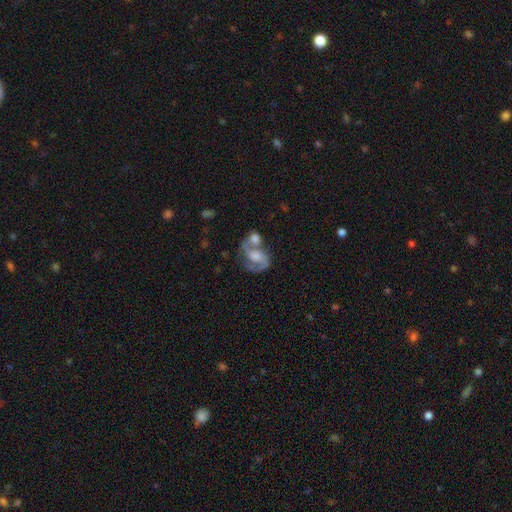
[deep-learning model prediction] smooth_or_featured: featured or disk (p=0.79) [alt: smooth p=0.14]
disk_edge_on: no (p=0.97) [alt: yes p=0.03]
bar: no (p=0.52) [alt: weak p=0.37]
has_spiral_arms: yes (p=0.91) [alt: no p=0.09]
spiral_winding: medium (p=0.53) [alt: loose p=0.27]
spiral_arm_count: 2 (p=0.85) [alt: 1 p=0.07]
bulge_size: moderate (p=0.42) [alt: large p=0.23]
merging: none (p=0.38) [alt: merger p=0.37]